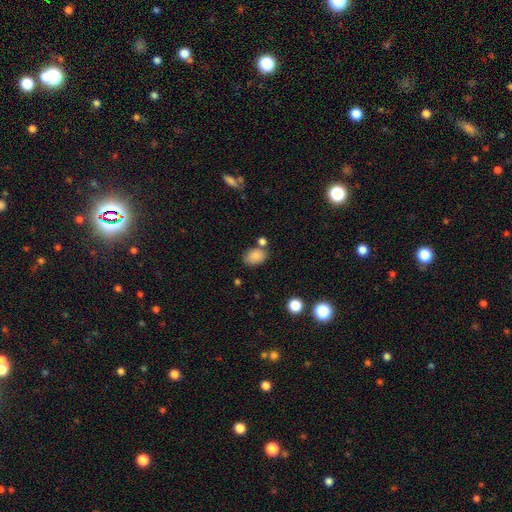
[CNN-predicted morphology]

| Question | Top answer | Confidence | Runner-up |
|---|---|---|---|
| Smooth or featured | smooth | 84% | star or artifact (9%) |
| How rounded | in between | 82% | round (17%) |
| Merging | none | 67% | minor disturbance (15%) |